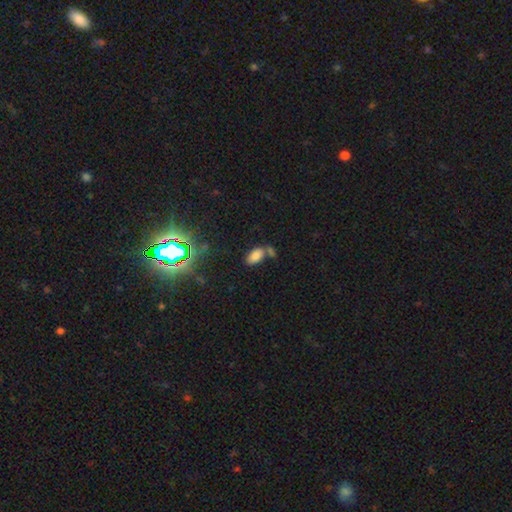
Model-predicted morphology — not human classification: Smooth or featured? smooth (79%)
How rounded? in between (93%)
Merging? none (53%)